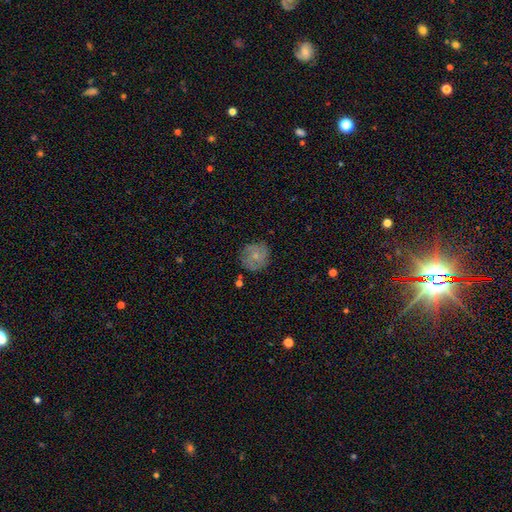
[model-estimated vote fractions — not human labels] smooth 49%, featured or disk 43%, star or artifact 8%. Down the decision tree: merging — none (77%).